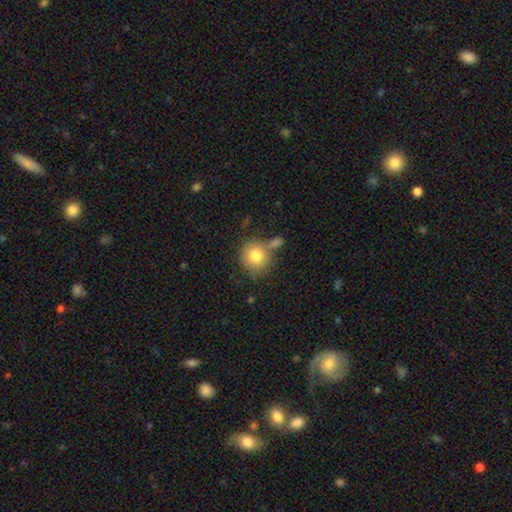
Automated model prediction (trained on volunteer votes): Smooth or featured?
  - smooth: 80% *
  - featured or disk: 12%
  - star or artifact: 9%
How rounded?
  - round: 90% *
  - in between: 9%
  - cigar-shaped: 1%
Merging?
  - none: 63% *
  - merger: 17%
  - minor disturbance: 14%
  - major disturbance: 5%